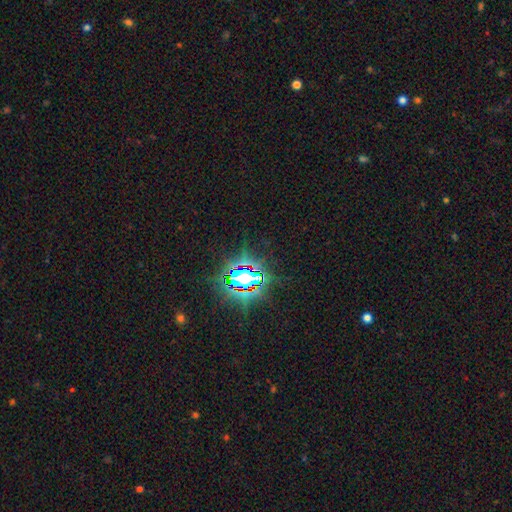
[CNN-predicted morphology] This is clearly a star or artifact rather than a galaxy (84%).